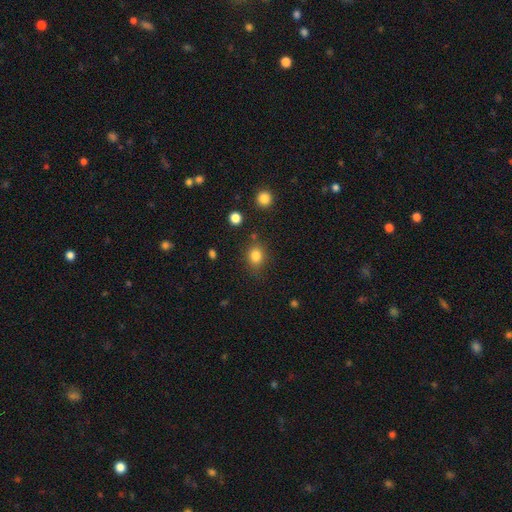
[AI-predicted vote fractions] Smooth or featured: smooth — 83% (star or artifact — 12%)
How rounded: round — 62% (in between — 37%)
Merging: none — 77% (minor disturbance — 14%)